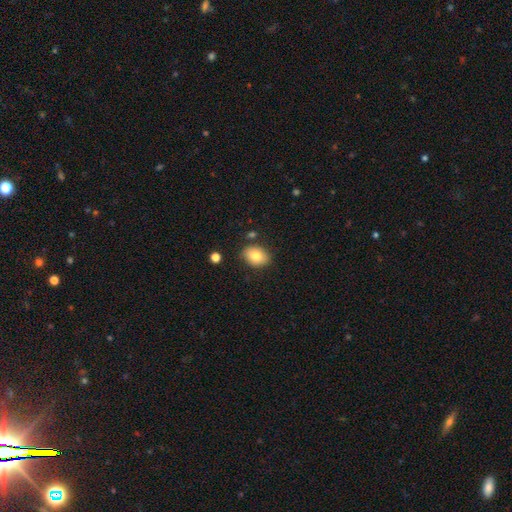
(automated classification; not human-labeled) Overall: smooth (82%). How rounded: in between (70%). Merging: none (82%).